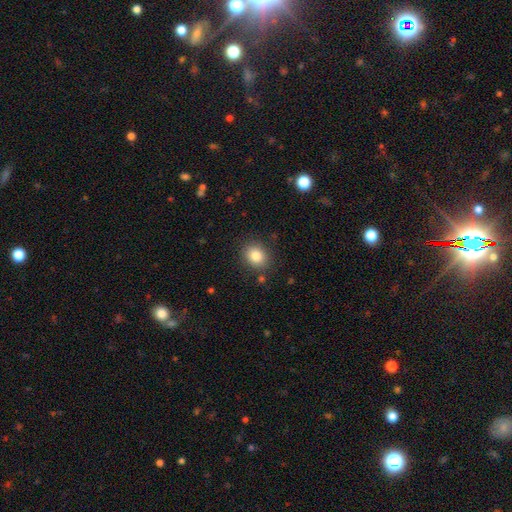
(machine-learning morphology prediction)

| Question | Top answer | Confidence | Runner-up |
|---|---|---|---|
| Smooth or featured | smooth | 83% | star or artifact (10%) |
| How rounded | round | 65% | in between (34%) |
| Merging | none | 85% | minor disturbance (10%) |